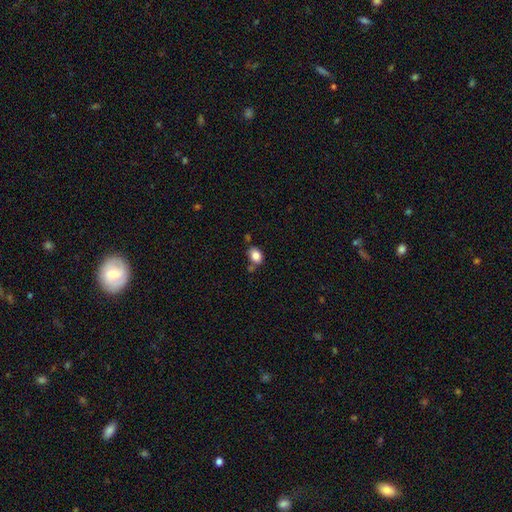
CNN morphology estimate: Smooth or featured? smooth (85%)
How rounded? in between (75%)
Merging? none (67%)